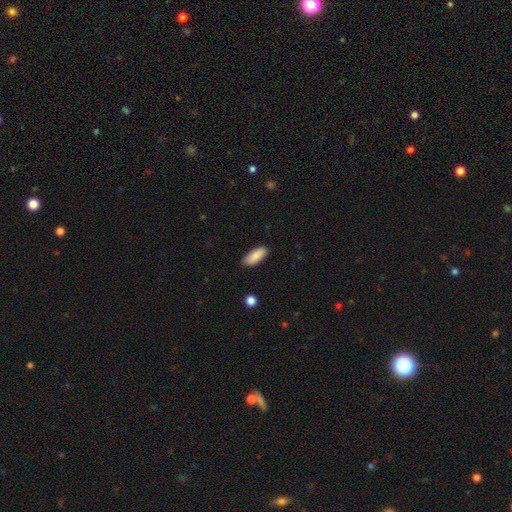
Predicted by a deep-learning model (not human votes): Smooth or featured: smooth — 87% (featured or disk — 6%)
How rounded: in between — 80% (cigar-shaped — 18%)
Merging: none — 88% (minor disturbance — 9%)